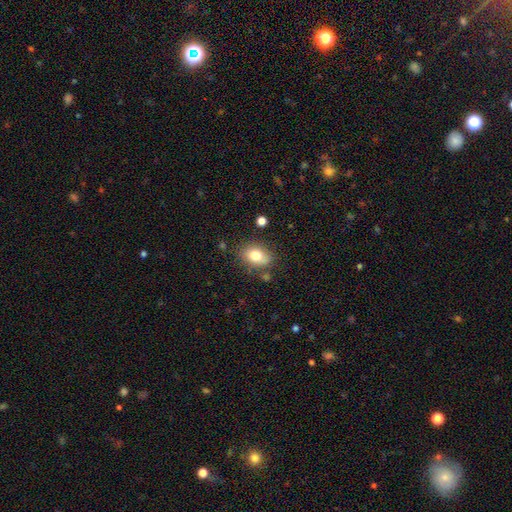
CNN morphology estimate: A smooth galaxy with no disk features (79%) that is in between round and cigar-shaped (76%). Merging: none (76%).